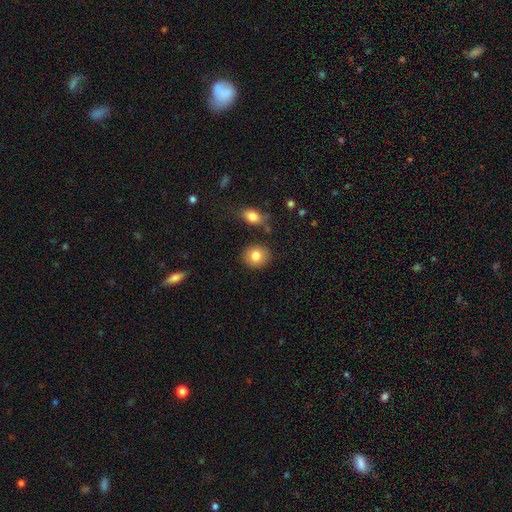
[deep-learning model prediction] A smooth galaxy with no disk features (81%) that is round (77%). Merging: none (85%).